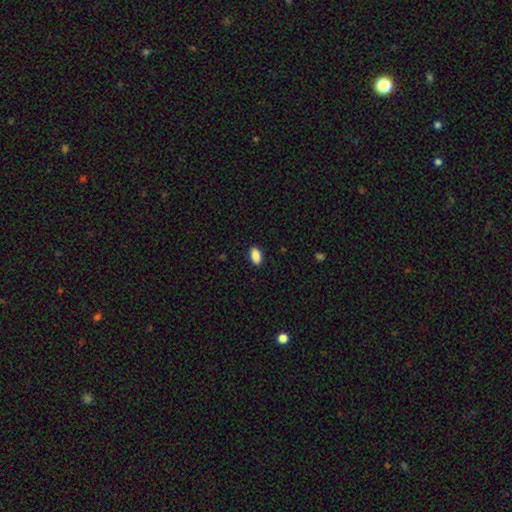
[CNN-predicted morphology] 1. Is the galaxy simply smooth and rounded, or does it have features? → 90% smooth, 7% star or artifact, 3% featured or disk.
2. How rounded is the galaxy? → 92% in between, 4% round, 4% cigar-shaped.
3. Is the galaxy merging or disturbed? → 89% none, 8% minor disturbance, 2% major disturbance, 1% merger.